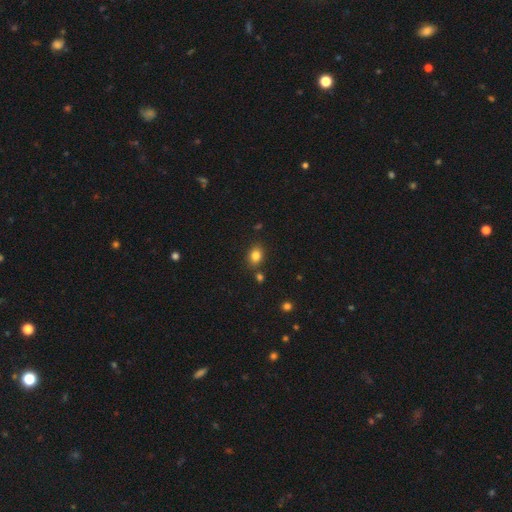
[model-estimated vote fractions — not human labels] A smooth galaxy with no disk features (82%) that is in between round and cigar-shaped (61%).

Vote fractions:
- Smooth or featured? smooth: 82% / star or artifact: 11% / featured or disk: 6%
- How rounded? in between: 61% / round: 38% / cigar-shaped: 1%
- Merging? none: 78% / minor disturbance: 11% / merger: 7% / major disturbance: 3%